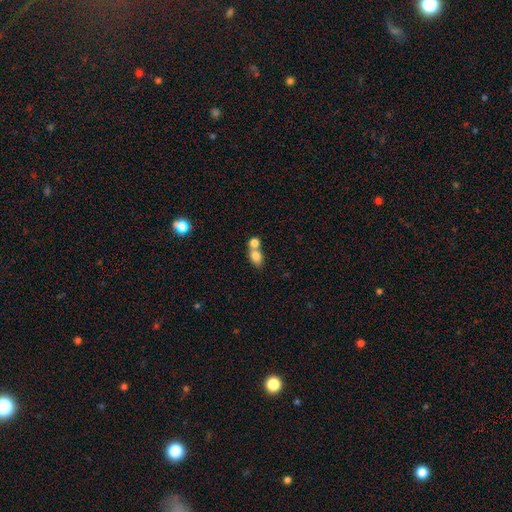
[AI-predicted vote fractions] Morphology: type=smooth (80%); roundness=in between (63%); merging=merger (58%).